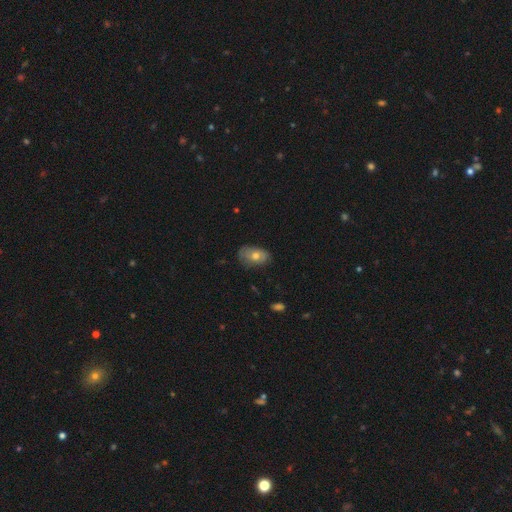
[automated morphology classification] Smooth or featured?
  - smooth: 60% *
  - featured or disk: 32%
  - star or artifact: 8%
How rounded?
  - in between: 87% *
  - round: 11%
  - cigar-shaped: 2%
Merging?
  - none: 69% *
  - minor disturbance: 24%
  - major disturbance: 5%
  - merger: 1%